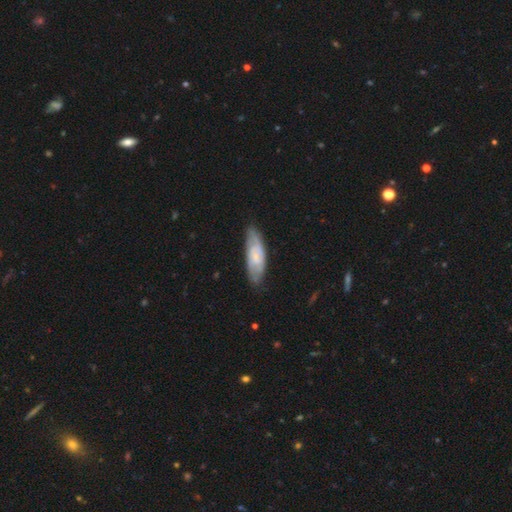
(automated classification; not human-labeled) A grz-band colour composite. It shows a featured or disk galaxy (63%) with no bar (60%), spiral arms (86%) and a small central bulge (60%). Merging: none (73%).